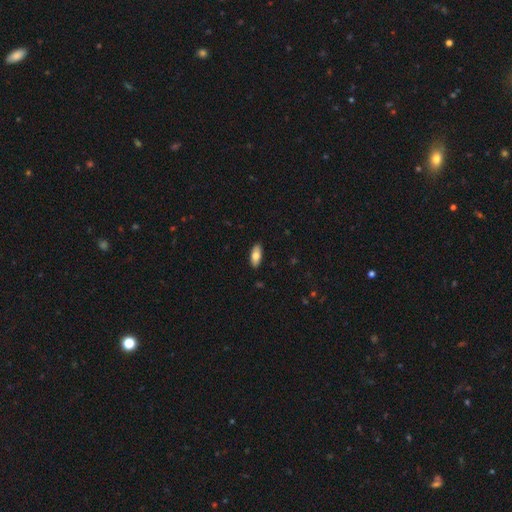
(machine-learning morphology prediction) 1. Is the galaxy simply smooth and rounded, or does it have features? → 77% smooth, 17% featured or disk, 6% star or artifact.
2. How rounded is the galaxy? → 85% in between, 13% cigar-shaped, 2% round.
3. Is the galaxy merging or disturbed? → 89% none, 8% minor disturbance, 2% major disturbance, 1% merger.